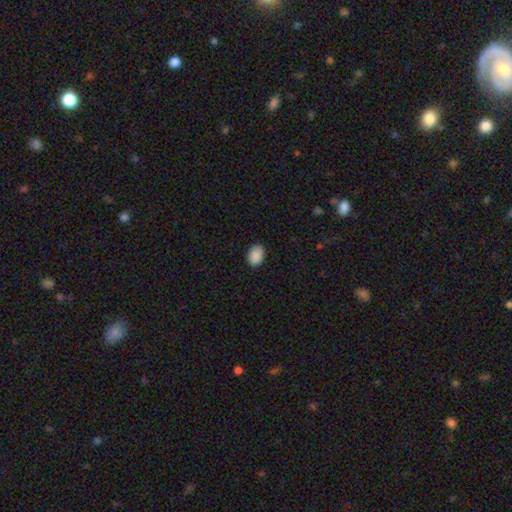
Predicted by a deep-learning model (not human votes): Smooth or featured? Predicted: smooth (p=0.90). How rounded? Predicted: in between (p=0.74). Merging? Predicted: none (p=0.88).